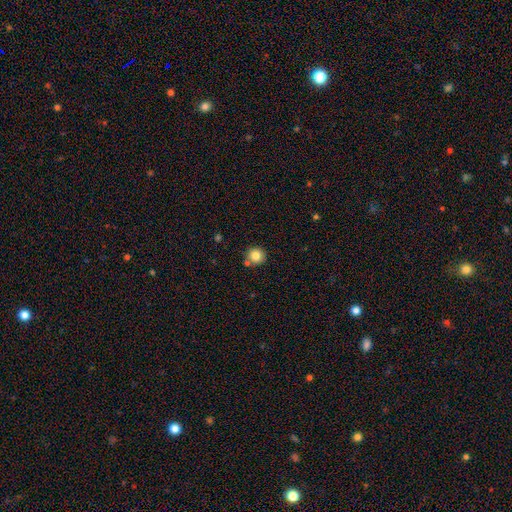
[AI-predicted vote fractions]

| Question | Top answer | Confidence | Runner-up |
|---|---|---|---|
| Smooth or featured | smooth | 83% | star or artifact (10%) |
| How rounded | round | 94% | in between (5%) |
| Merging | none | 78% | merger (10%) |